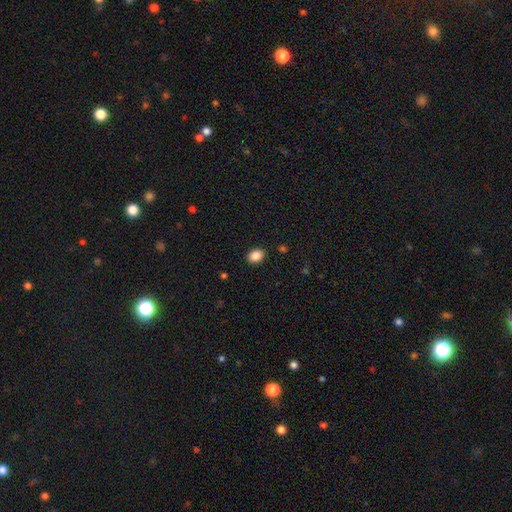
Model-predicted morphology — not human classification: The model was most divided on "how rounded": in between: 74%, round: 25%, cigar-shaped: 1%. More confident: merging — none (89%); smooth or featured — smooth (88%).